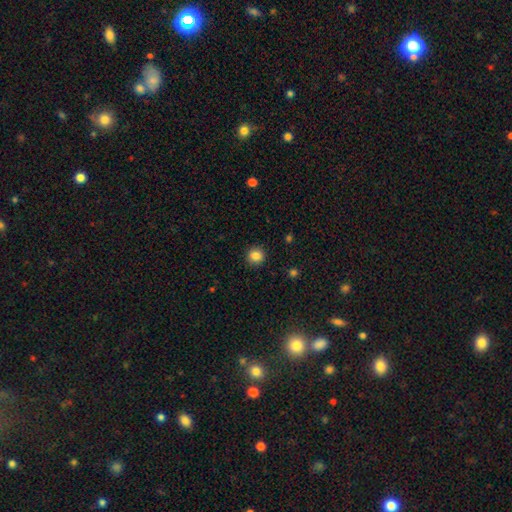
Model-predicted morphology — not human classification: A smooth galaxy with no disk features (84%) that is round (92%).

Vote fractions:
- Smooth or featured? smooth: 84% / star or artifact: 11% / featured or disk: 5%
- How rounded? round: 92% / in between: 7% / cigar-shaped: 1%
- Merging? none: 92% / minor disturbance: 5% / major disturbance: 2% / merger: 1%